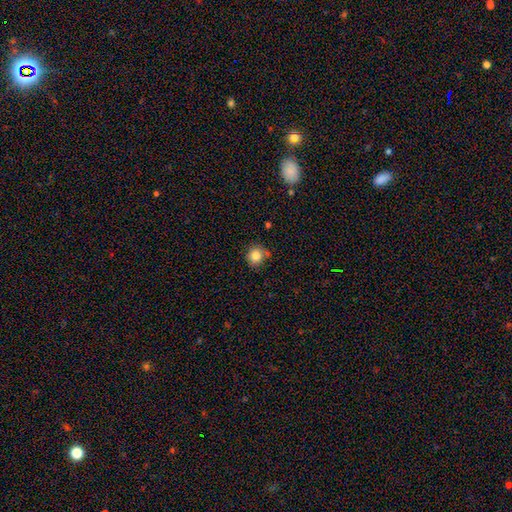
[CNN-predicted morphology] type=smooth (83%); roundness=round (89%); merging=none (75%).